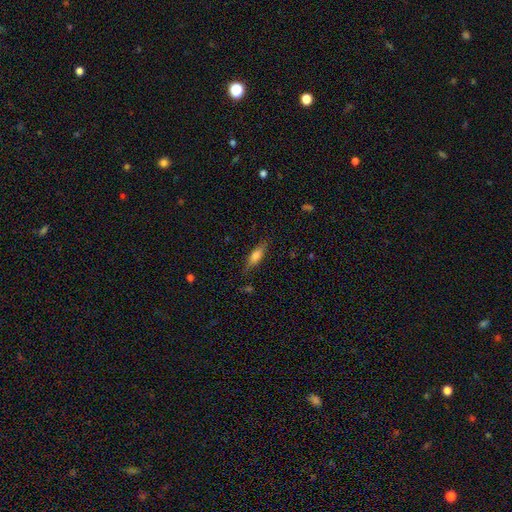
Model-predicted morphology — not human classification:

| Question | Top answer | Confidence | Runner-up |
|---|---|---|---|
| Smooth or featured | smooth | 71% | featured or disk (21%) |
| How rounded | in between | 58% | cigar-shaped (40%) |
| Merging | none | 75% | minor disturbance (18%) |